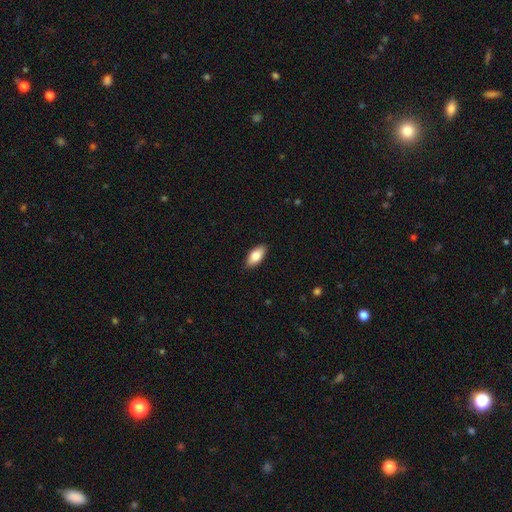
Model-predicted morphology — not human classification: type=smooth (81%); roundness=in between (91%); merging=none (89%).